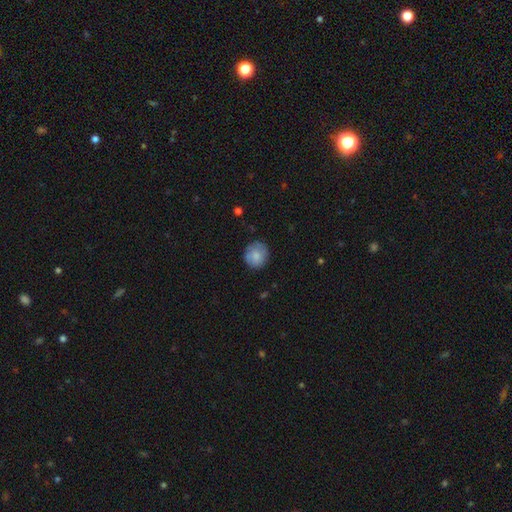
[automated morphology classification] Overall: smooth (81%). How rounded: round (86%). Merging: none (78%).